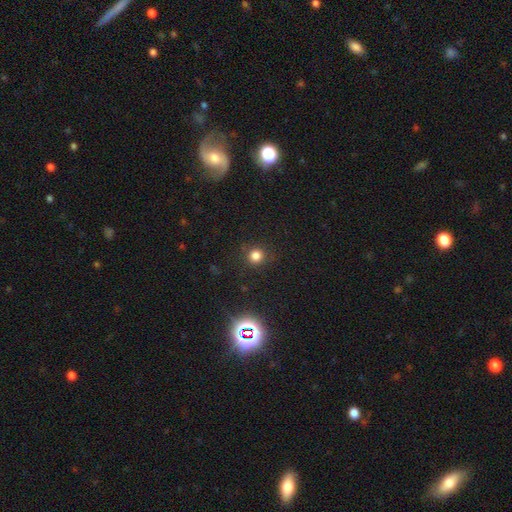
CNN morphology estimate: Smooth or featured?
  - smooth: 77% *
  - star or artifact: 18%
  - featured or disk: 5%
How rounded?
  - round: 92% *
  - in between: 7%
  - cigar-shaped: 1%
Merging?
  - none: 87% *
  - minor disturbance: 8%
  - major disturbance: 3%
  - merger: 2%